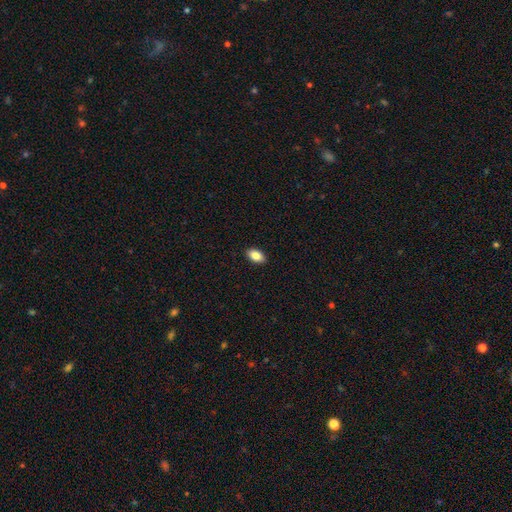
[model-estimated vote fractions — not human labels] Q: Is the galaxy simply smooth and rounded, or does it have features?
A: smooth — 86%.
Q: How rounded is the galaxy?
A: in between — 92%.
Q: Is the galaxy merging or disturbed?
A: none — 91%.